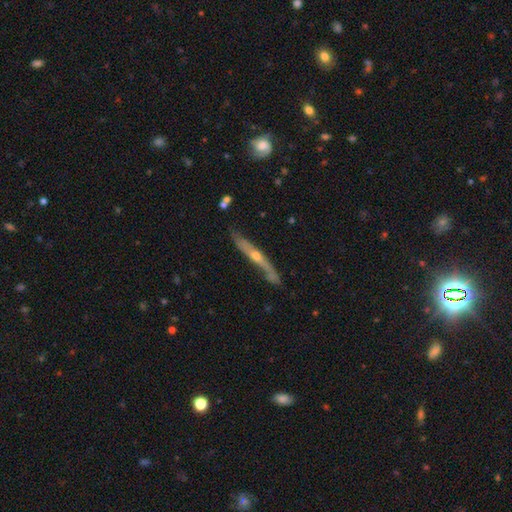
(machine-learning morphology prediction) smooth_or_featured: featured or disk (p=0.75) [alt: smooth p=0.19]
disk_edge_on: yes (p=0.89) [alt: no p=0.11]
edge_on_bulge: rounded (p=0.80) [alt: none p=0.17]
merging: none (p=0.71) [alt: minor disturbance p=0.21]